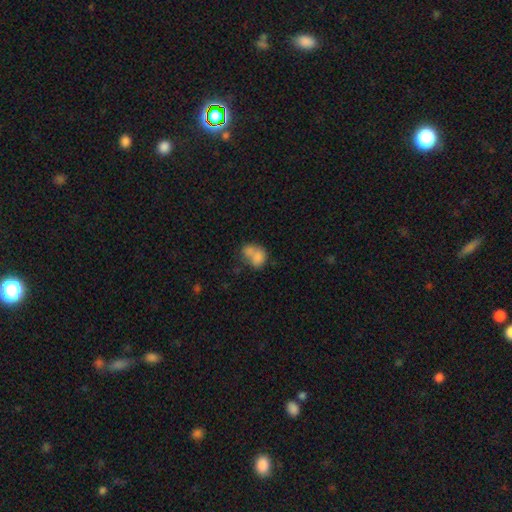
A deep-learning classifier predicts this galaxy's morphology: smooth_or_featured: smooth (p=0.75) [alt: featured or disk p=0.16]
how_rounded: in between (p=0.57) [alt: round p=0.42]
merging: merger (p=0.56) [alt: none p=0.24]